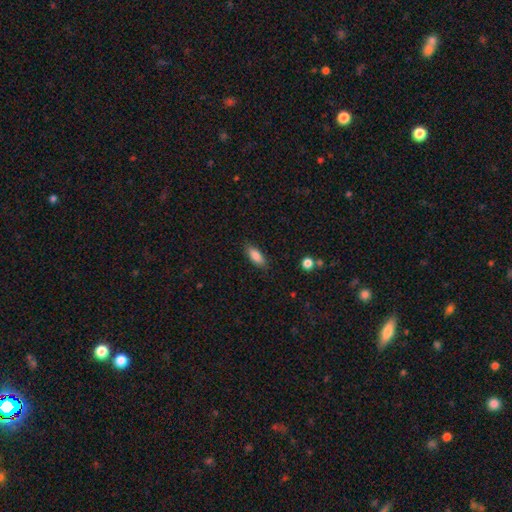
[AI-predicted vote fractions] Smooth or featured?
  - smooth: 84% *
  - featured or disk: 8%
  - star or artifact: 7%
How rounded?
  - in between: 76% *
  - cigar-shaped: 22%
  - round: 2%
Merging?
  - none: 85% *
  - minor disturbance: 11%
  - major disturbance: 3%
  - merger: 1%